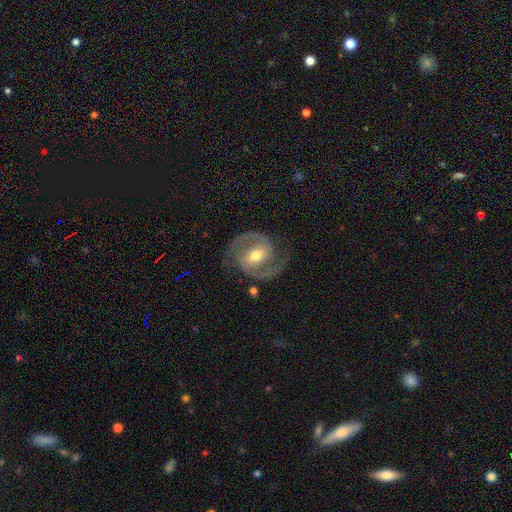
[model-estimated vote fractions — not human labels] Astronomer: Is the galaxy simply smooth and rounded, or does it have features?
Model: featured or disk — 92%.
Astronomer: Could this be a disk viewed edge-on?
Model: no — 98%.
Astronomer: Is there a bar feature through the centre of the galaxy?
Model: weak — 47% (runner-up: strong, 27%).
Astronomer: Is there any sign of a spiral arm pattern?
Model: yes — 98%.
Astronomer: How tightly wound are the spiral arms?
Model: medium — 60%.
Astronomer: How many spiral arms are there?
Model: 2 — 94%.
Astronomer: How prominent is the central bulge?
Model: moderate — 74%.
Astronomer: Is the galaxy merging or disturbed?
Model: none — 81%.